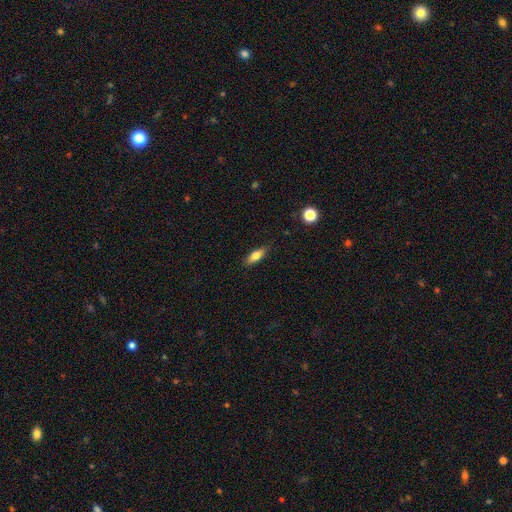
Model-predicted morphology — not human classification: Smooth or featured? smooth (74%)
How rounded? in between (63%)
Merging? none (86%)